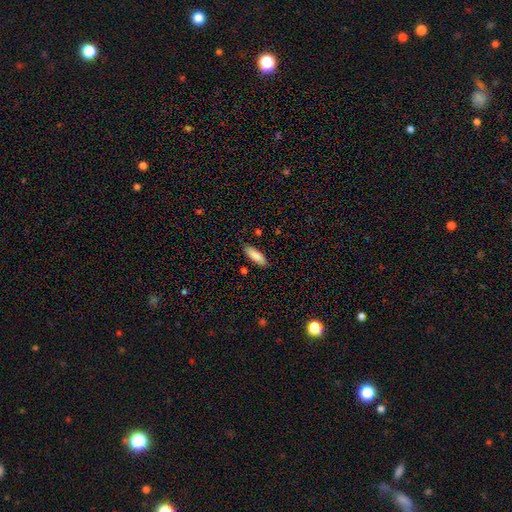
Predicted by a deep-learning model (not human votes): This appears to be a smooth galaxy with no disk features (87%) that is in between round and cigar-shaped (58%). Merging: none (83%).